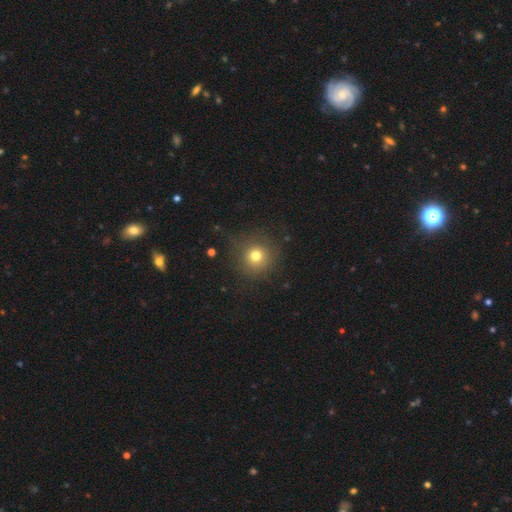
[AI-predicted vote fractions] A smooth galaxy with no disk features (75%) that is round (94%). Merging: none (83%).